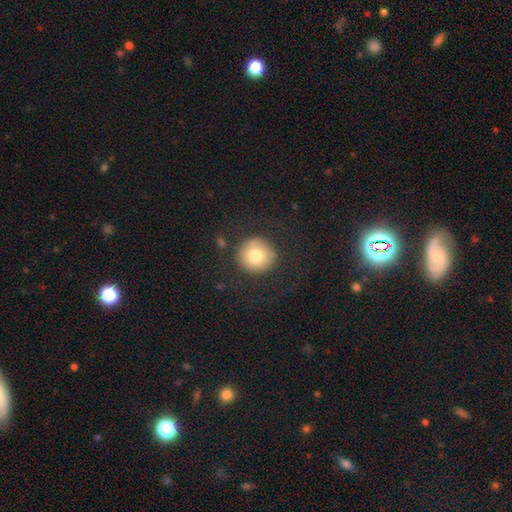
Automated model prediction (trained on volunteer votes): smooth_or_featured: smooth (p=0.77) [alt: featured or disk p=0.14]
how_rounded: round (p=0.95) [alt: in between p=0.04]
merging: none (p=0.82) [alt: minor disturbance p=0.10]